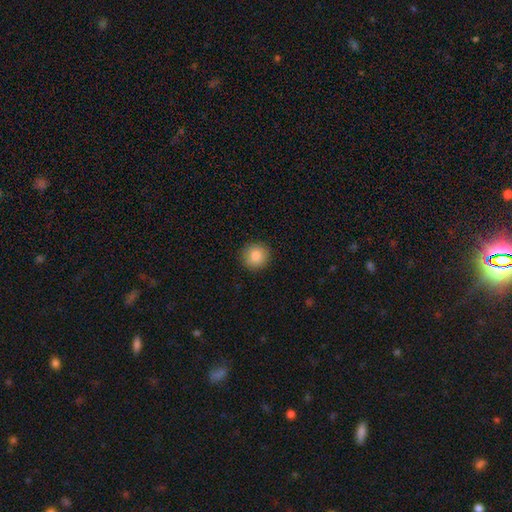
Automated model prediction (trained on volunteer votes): A smooth galaxy with no disk features (86%) that is round (93%).

Vote fractions:
- Smooth or featured? smooth: 86% / star or artifact: 8% / featured or disk: 6%
- How rounded? round: 93% / in between: 6% / cigar-shaped: 1%
- Merging? none: 91% / minor disturbance: 6% / major disturbance: 2% / merger: 1%